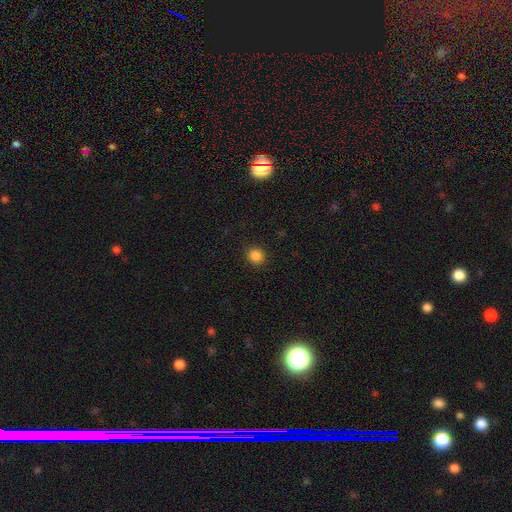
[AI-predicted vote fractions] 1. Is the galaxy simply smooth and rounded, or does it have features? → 85% smooth, 12% star or artifact, 3% featured or disk.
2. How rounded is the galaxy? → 87% round, 12% in between, 1% cigar-shaped.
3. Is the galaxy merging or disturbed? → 91% none, 6% minor disturbance, 2% major disturbance, 1% merger.